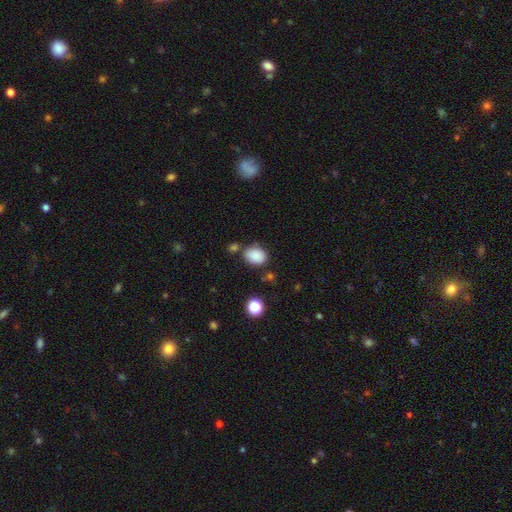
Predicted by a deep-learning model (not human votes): The model was most divided on "how rounded": in between: 68%, round: 31%, cigar-shaped: 1%. More confident: smooth or featured — smooth (86%); merging — none (69%).